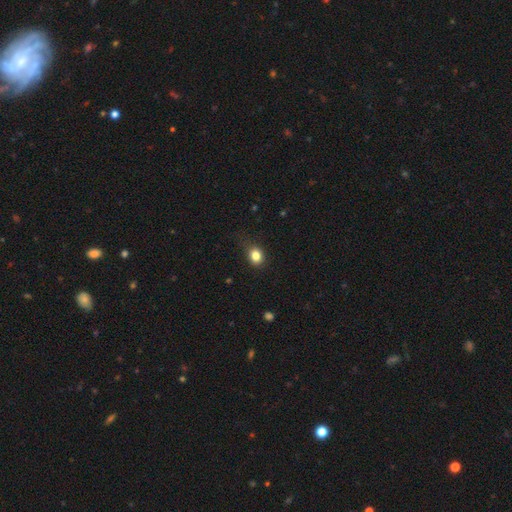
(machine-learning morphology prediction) Smooth or featured? smooth (83%)
How rounded? round (53%)
Merging? none (75%)